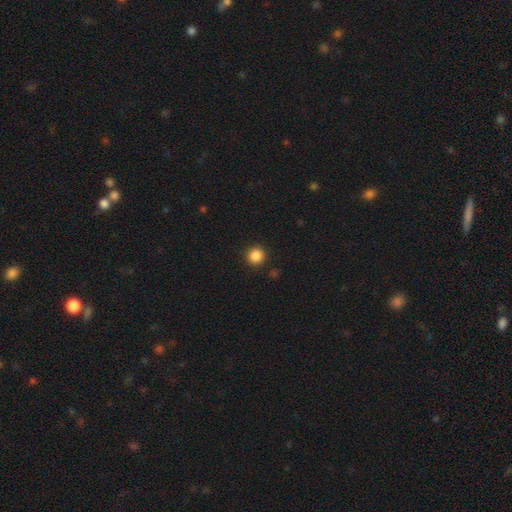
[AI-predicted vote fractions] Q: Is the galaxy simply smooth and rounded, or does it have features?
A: smooth — 86%.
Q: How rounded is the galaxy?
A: round — 94%.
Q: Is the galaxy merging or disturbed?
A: none — 91%.